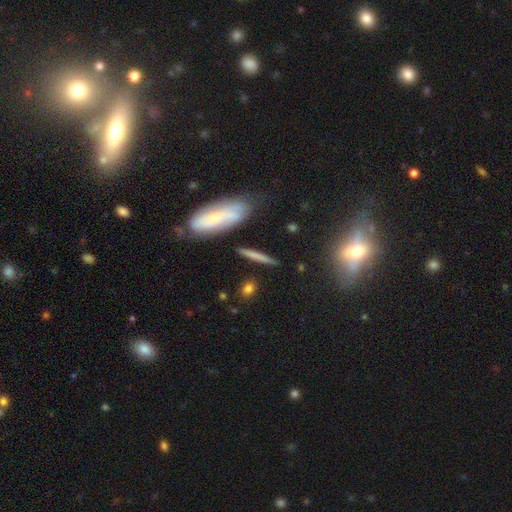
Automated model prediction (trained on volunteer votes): Smooth or featured: smooth — 58% (featured or disk — 34%)
How rounded: cigar-shaped — 88% (in between — 8%)
Merging: none — 81% (minor disturbance — 11%)